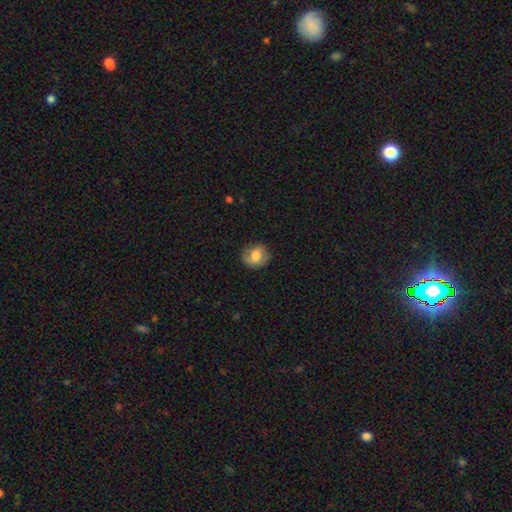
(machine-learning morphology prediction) A smooth galaxy with no disk features (61%) that is round (70%).

Vote fractions:
- Smooth or featured? smooth: 61% / featured or disk: 31% / star or artifact: 8%
- How rounded? round: 70% / in between: 29% / cigar-shaped: 1%
- Merging? none: 75% / minor disturbance: 18% / major disturbance: 6% / merger: 1%